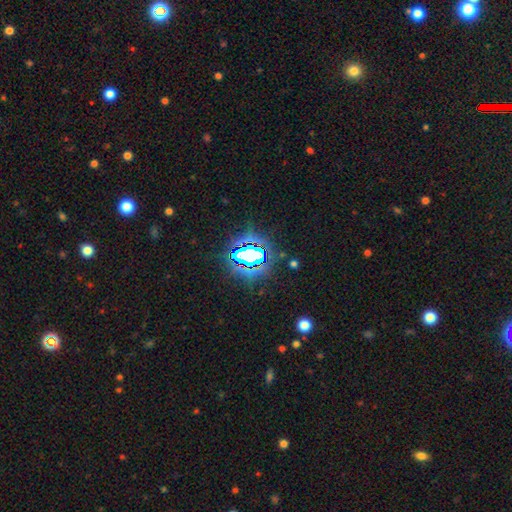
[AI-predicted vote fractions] Overall: star or artifact (77%).